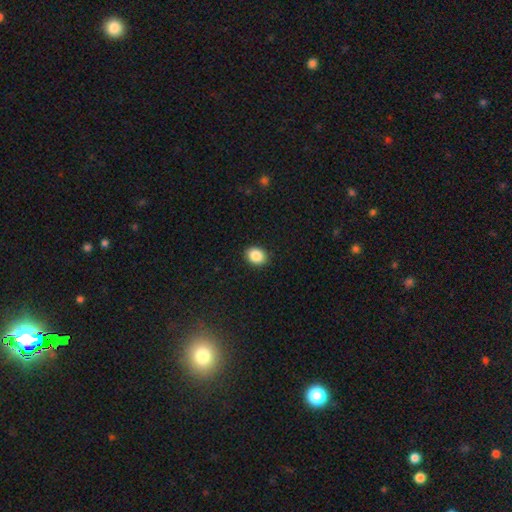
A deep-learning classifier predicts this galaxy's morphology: smooth-or-featured: smooth: 88% | star or artifact: 8% | featured or disk: 4%
  how-rounded: in between: 63% | round: 36% | cigar-shaped: 1%
  merging: none: 90% | minor disturbance: 7% | major disturbance: 2% | merger: 1%